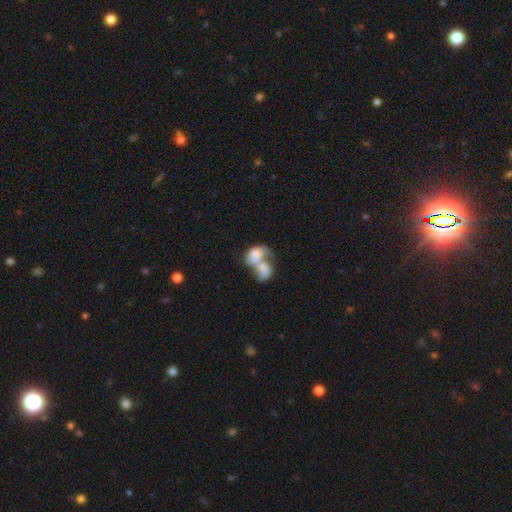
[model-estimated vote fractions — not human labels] A smooth galaxy with no disk features (67%) that is in between round and cigar-shaped (76%).

Vote fractions:
- Smooth or featured? smooth: 67% / featured or disk: 25% / star or artifact: 7%
- How rounded? in between: 76% / round: 23% / cigar-shaped: 2%
- Merging? merger: 81% / none: 8% / major disturbance: 7% / minor disturbance: 5%